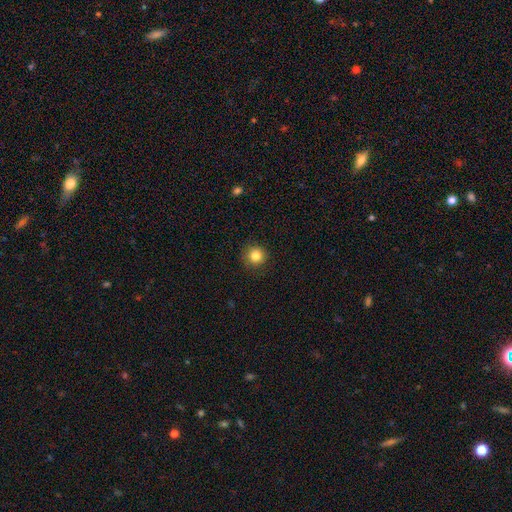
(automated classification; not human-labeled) Morphology: type=smooth (83%); roundness=round (95%); merging=none (91%).